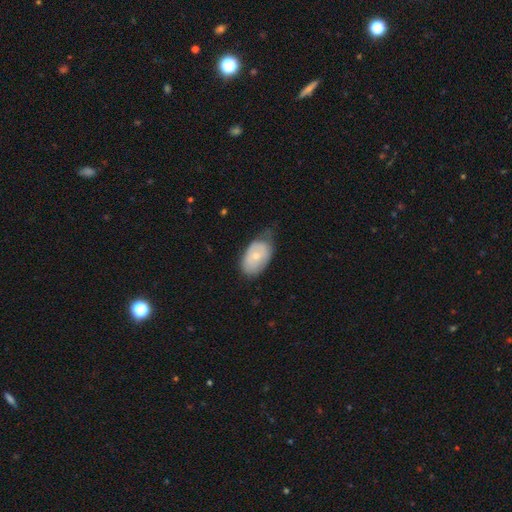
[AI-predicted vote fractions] Smooth or featured? smooth (62%)
How rounded? in between (90%)
Merging? none (48%)